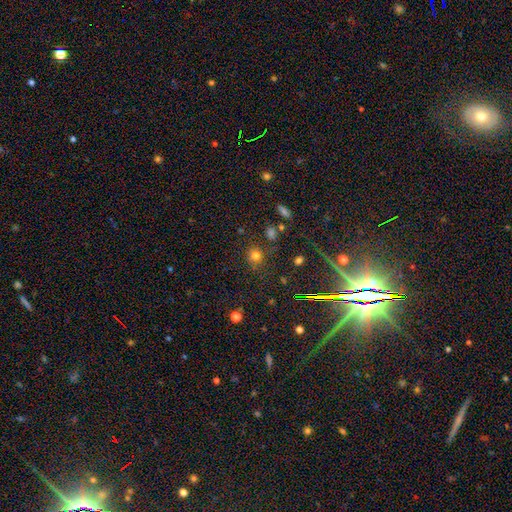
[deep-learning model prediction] smooth-or-featured: smooth: 73% | star or artifact: 20% | featured or disk: 7%
  how-rounded: round: 83% | in between: 15% | cigar-shaped: 1%
  merging: none: 77% | minor disturbance: 12% | major disturbance: 5% | merger: 5%